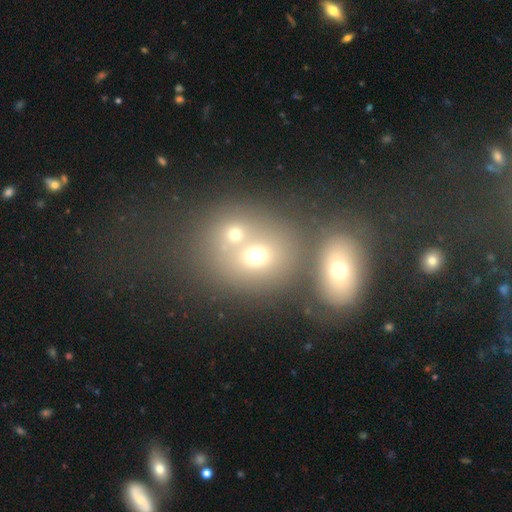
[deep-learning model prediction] This appears to be a smooth galaxy with no disk features (60%) that is round (65%). Merging: merger (54%).